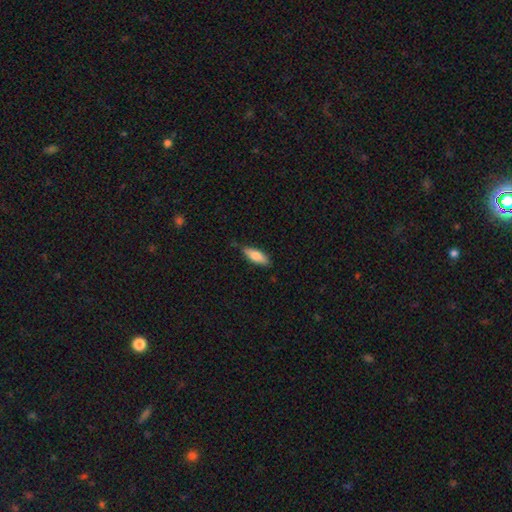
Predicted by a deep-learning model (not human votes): The model was most divided on "how rounded": in between: 64%, cigar-shaped: 34%, round: 2%. More confident: merging — none (78%); smooth or featured — smooth (76%).